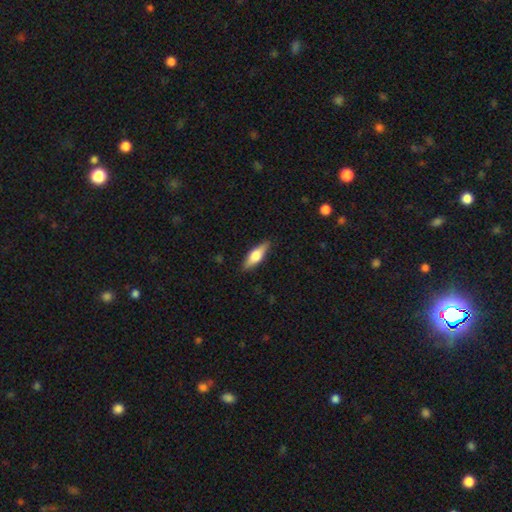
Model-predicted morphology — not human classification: Smooth or featured: smooth — 50% (featured or disk — 44%)
How rounded: cigar-shaped — 49% (in between — 48%)
Merging: none — 88% (minor disturbance — 9%)